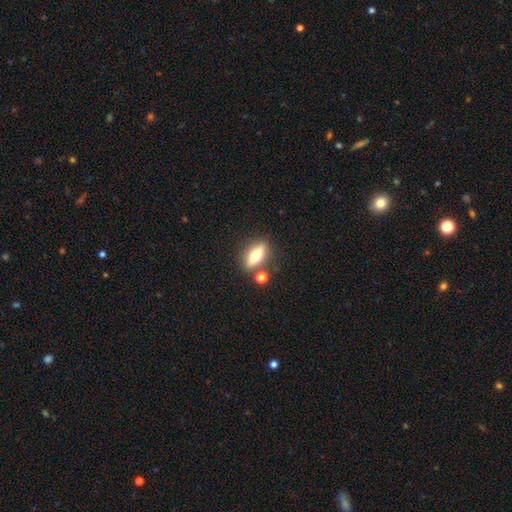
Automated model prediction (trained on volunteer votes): smooth 50%, featured or disk 42%, star or artifact 8%. Down the decision tree: how rounded — in between (57%); merging — none (78%).